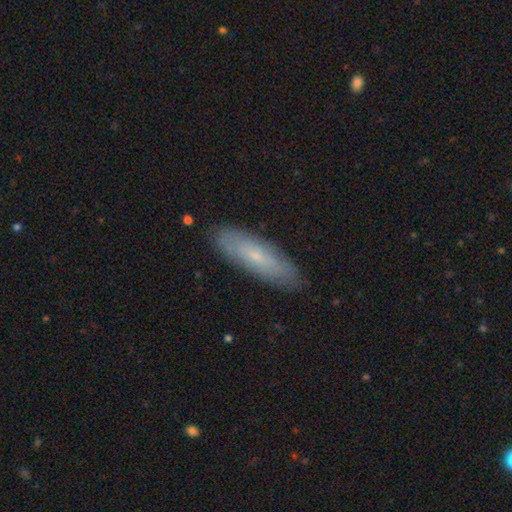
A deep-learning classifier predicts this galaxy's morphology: smooth 54%, featured or disk 39%, star or artifact 7%. Down the decision tree: how rounded — cigar-shaped (60%); merging — none (87%).